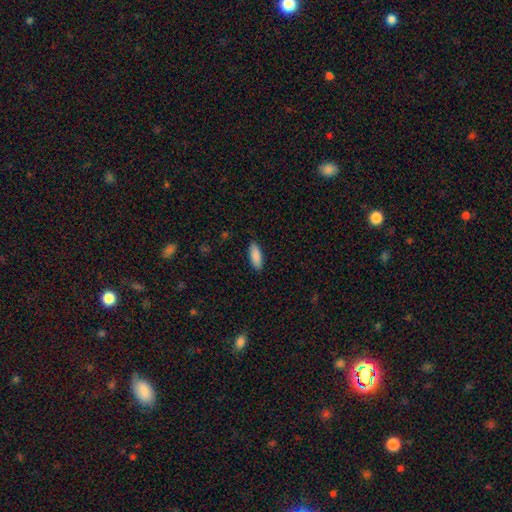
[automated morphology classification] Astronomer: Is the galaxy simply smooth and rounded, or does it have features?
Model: smooth — 89%.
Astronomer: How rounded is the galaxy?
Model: in between — 67%.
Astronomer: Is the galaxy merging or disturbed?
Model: none — 89%.